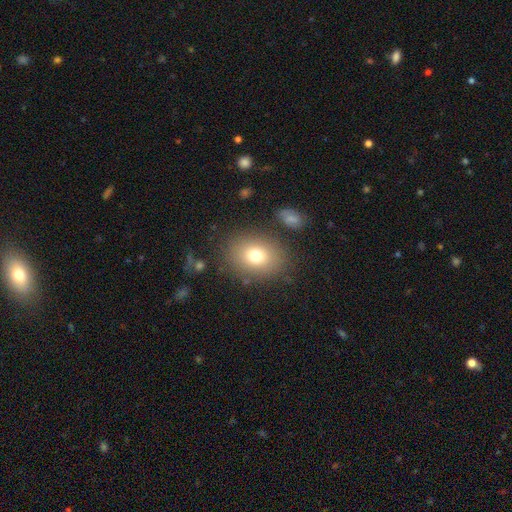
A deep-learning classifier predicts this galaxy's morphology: A smooth galaxy with no disk features (75%) that is in between round and cigar-shaped (51%). Merging: none (81%).